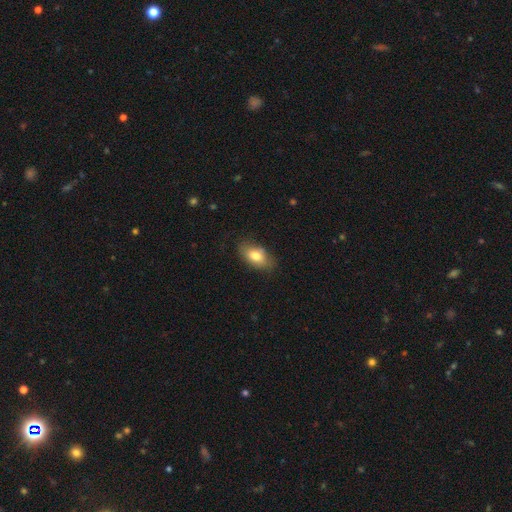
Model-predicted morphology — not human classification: Smooth or featured? Predicted: smooth (p=0.77). How rounded? Predicted: in between (p=0.88). Merging? Predicted: none (p=0.73).